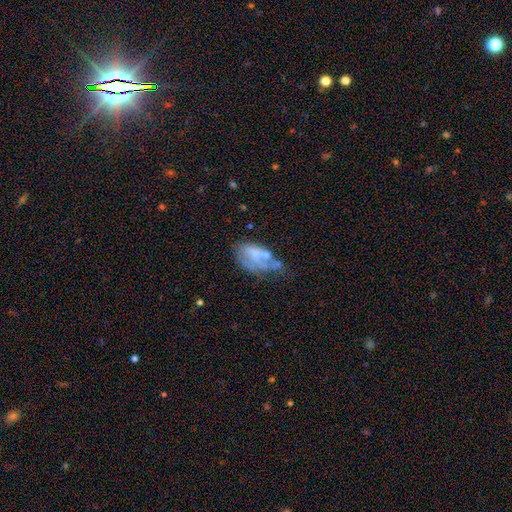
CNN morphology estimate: This appears to be a featured or disk galaxy (50%). Merging: major disturbance (31%).